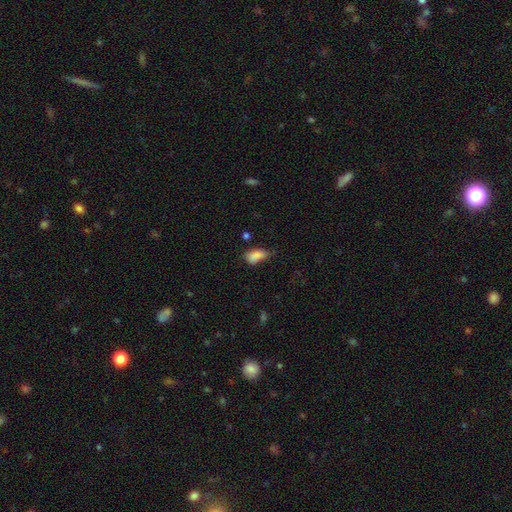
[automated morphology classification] Q: Smooth or featured?
A: smooth (84%); runner-up: star or artifact (9%)
Q: How rounded?
A: in between (89%); runner-up: round (6%)
Q: Merging?
A: minor disturbance (41%); runner-up: none (40%)